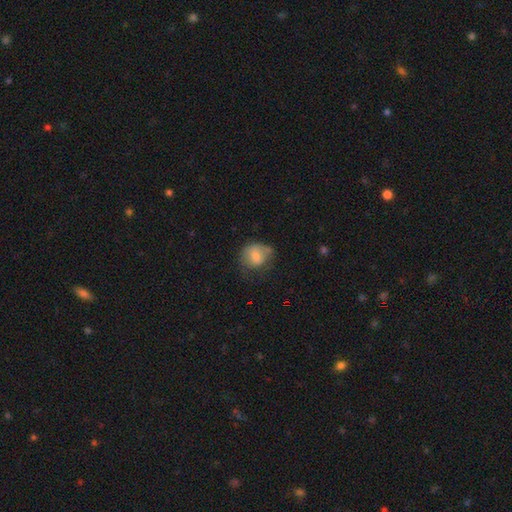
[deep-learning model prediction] Smooth or featured? smooth (70%)
How rounded? round (67%)
Merging? none (48%)